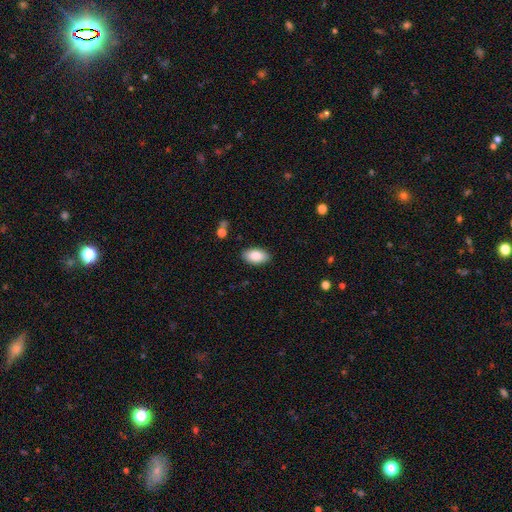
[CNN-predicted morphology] This is clearly a smooth galaxy (85%). How rounded: clearly in between (94%). Merging: clearly none (87%).